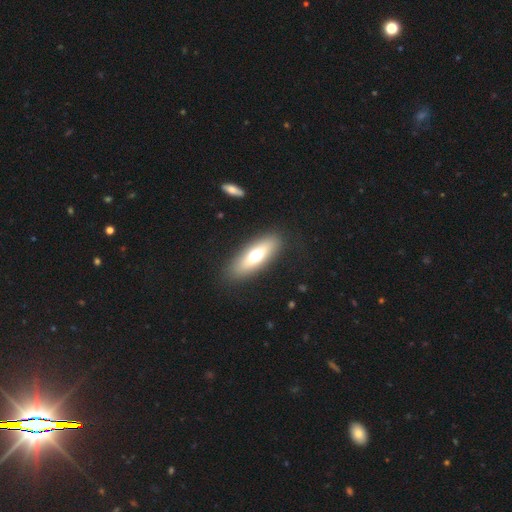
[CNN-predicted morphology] A smooth galaxy with no disk features (60%) that is in between round and cigar-shaped (58%).

Vote fractions:
- Smooth or featured? smooth: 60% / featured or disk: 32% / star or artifact: 7%
- How rounded? in between: 58% / cigar-shaped: 39% / round: 3%
- Merging? none: 87% / minor disturbance: 9% / major disturbance: 3% / merger: 1%